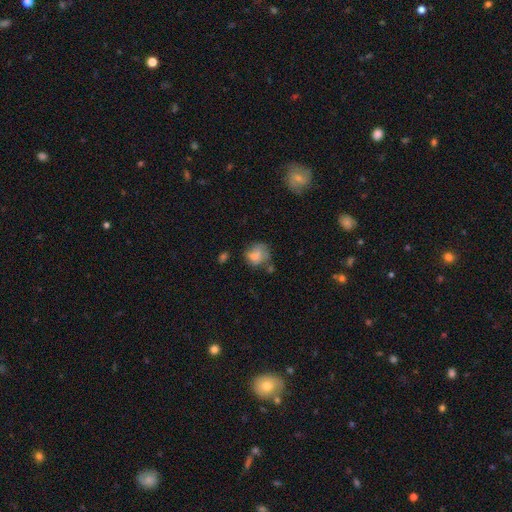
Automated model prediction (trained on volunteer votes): Smooth or featured? Predicted: smooth (p=0.68). How rounded? Predicted: round (p=0.62). Merging? Predicted: none (p=0.42).